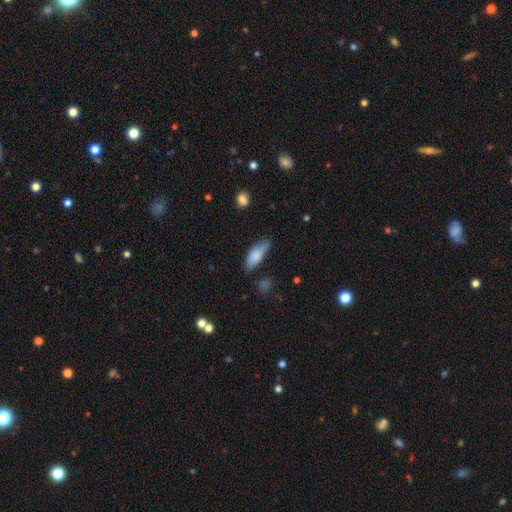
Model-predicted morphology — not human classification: Smooth or featured? smooth (80%)
How rounded? in between (69%)
Merging? none (60%)